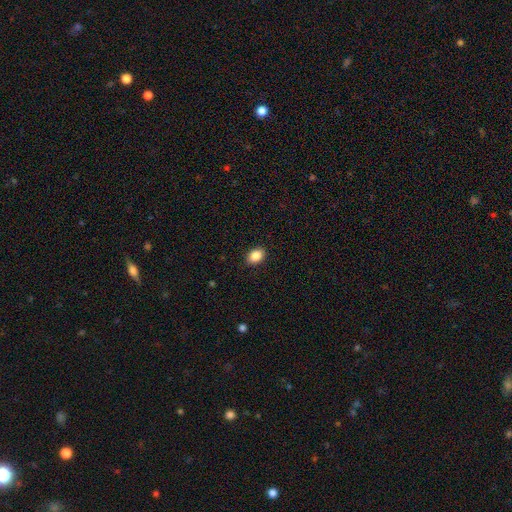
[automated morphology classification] Smooth or featured?
  - smooth: 88% *
  - star or artifact: 8%
  - featured or disk: 4%
How rounded?
  - in between: 76% *
  - round: 23%
  - cigar-shaped: 1%
Merging?
  - none: 90% *
  - minor disturbance: 7%
  - major disturbance: 2%
  - merger: 1%